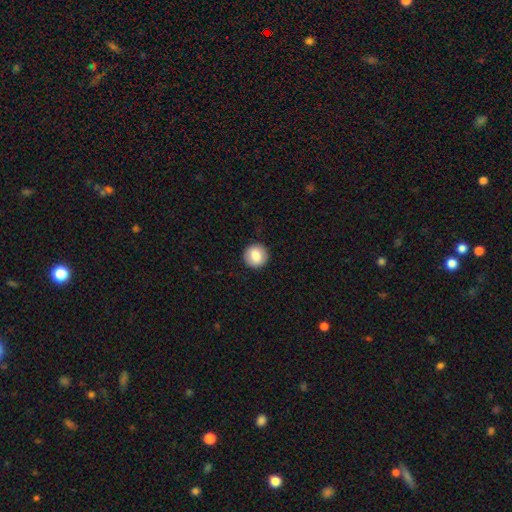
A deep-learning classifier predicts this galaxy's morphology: smooth_or_featured: smooth (p=0.83) [alt: featured or disk p=0.09]
how_rounded: round (p=0.94) [alt: in between p=0.05]
merging: none (p=0.92) [alt: minor disturbance p=0.05]